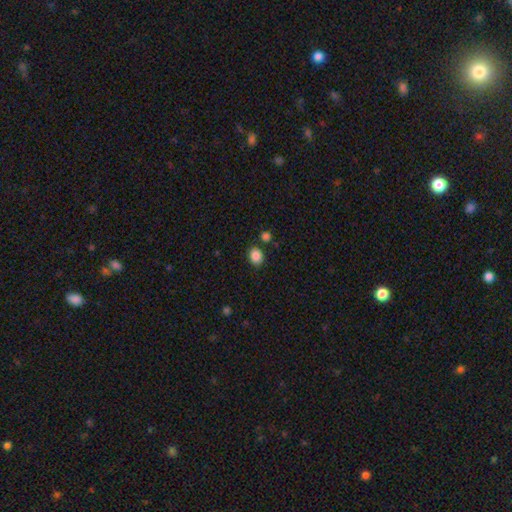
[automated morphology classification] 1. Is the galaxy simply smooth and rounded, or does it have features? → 87% smooth, 10% star or artifact, 3% featured or disk.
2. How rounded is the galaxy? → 55% round, 44% in between, 1% cigar-shaped.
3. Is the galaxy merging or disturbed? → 81% none, 9% minor disturbance, 6% merger, 3% major disturbance.